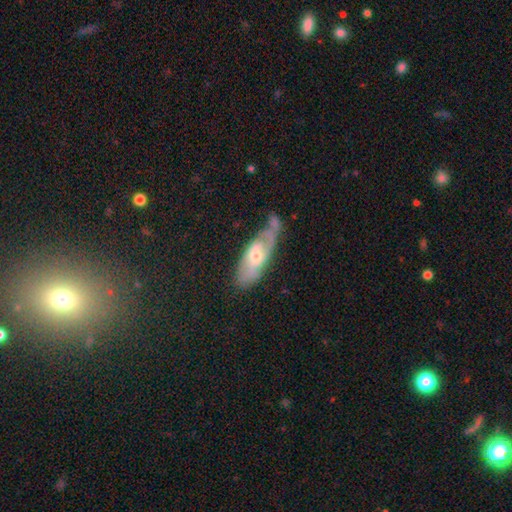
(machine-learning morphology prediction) featured or disk 62%, smooth 30%, star or artifact 8%. Down the decision tree: edge-on disk — no (81%); bar — no (64%); spiral arms — yes (77%); bulge size — moderate (54%); merging — none (47%).